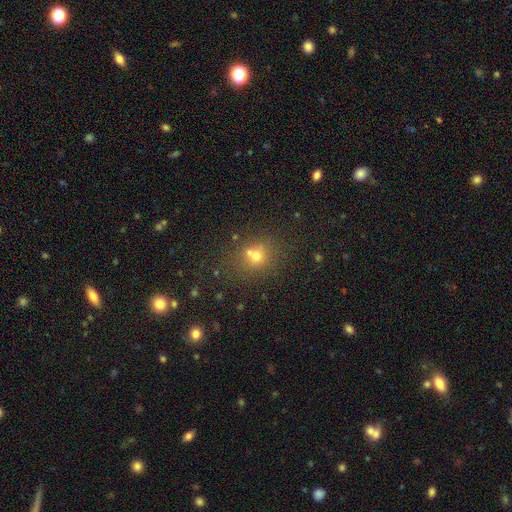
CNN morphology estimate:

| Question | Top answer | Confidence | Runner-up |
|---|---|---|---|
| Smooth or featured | smooth | 66% | star or artifact (20%) |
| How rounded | round | 78% | in between (21%) |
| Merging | none | 58% | merger (26%) |